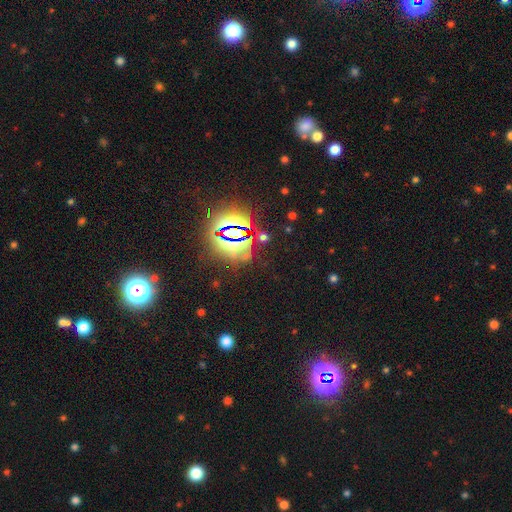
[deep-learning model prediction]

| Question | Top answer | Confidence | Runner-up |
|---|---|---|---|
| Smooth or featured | star or artifact | 81% | smooth (11%) |